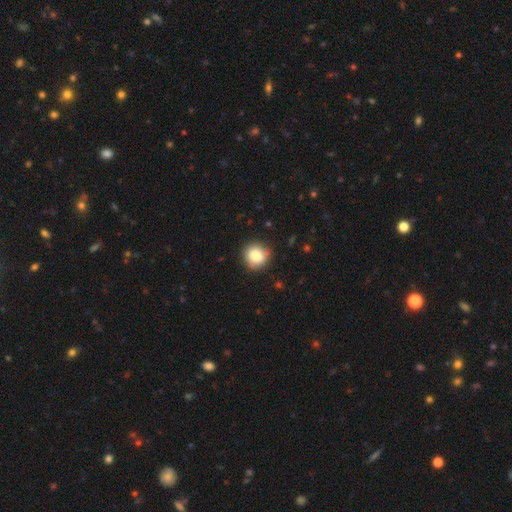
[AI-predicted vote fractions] smooth 84%, star or artifact 9%, featured or disk 7%. Down the decision tree: how rounded — round (90%); merging — none (81%).